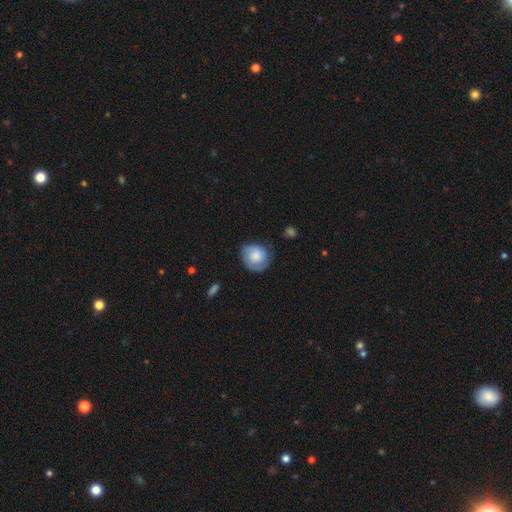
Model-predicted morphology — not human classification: The model was most divided on "smooth or featured": smooth: 55%, featured or disk: 38%, star or artifact: 7%. More confident: how rounded — round (73%); merging — none (71%).